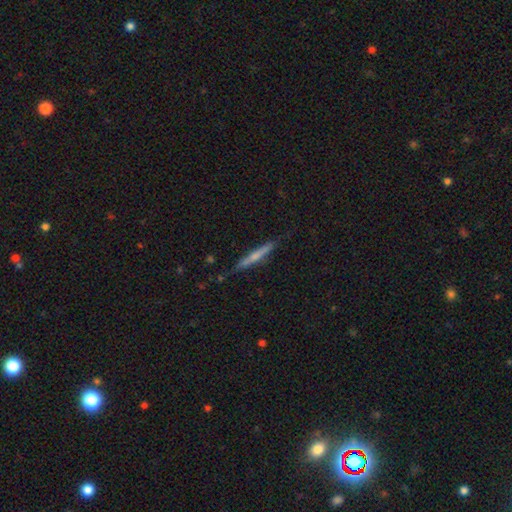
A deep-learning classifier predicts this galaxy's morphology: A featured or disk galaxy (51%) viewed edge-on (96%). Merging: none (83%).